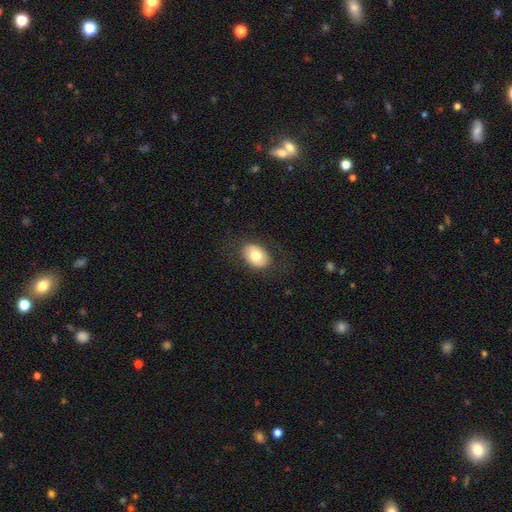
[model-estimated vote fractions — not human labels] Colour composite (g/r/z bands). It shows a smooth galaxy with no disk features (75%) that is in between round and cigar-shaped (80%). Merging: none (81%).